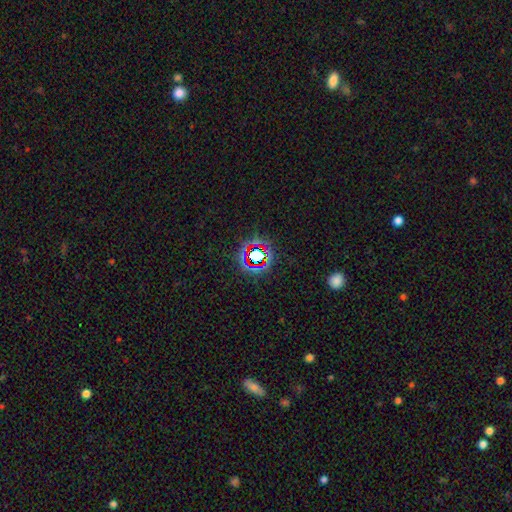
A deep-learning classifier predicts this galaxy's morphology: Smooth or featured? star or artifact (70%)